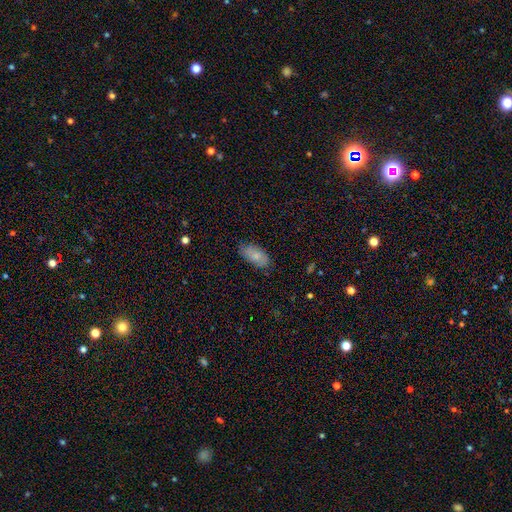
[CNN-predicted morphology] The model was most divided on "merging": none: 75%, minor disturbance: 20%, major disturbance: 4%, merger: 1%. More confident: how rounded — in between (92%); smooth or featured — smooth (75%).